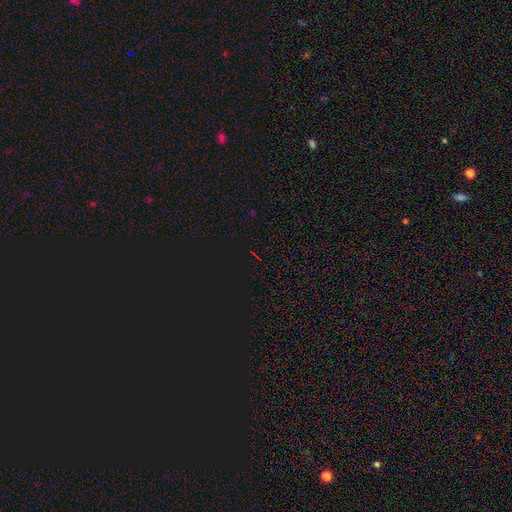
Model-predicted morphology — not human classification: The model was most divided on "smooth or featured": star or artifact: 78%, smooth: 12%, featured or disk: 10%.